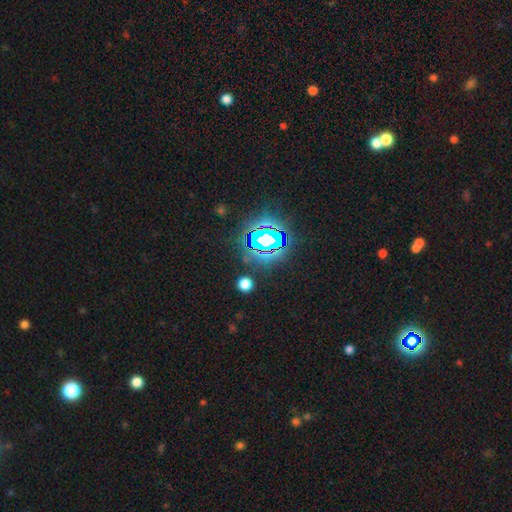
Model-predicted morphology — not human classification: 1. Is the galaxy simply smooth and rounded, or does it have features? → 85% star or artifact, 10% smooth, 6% featured or disk.